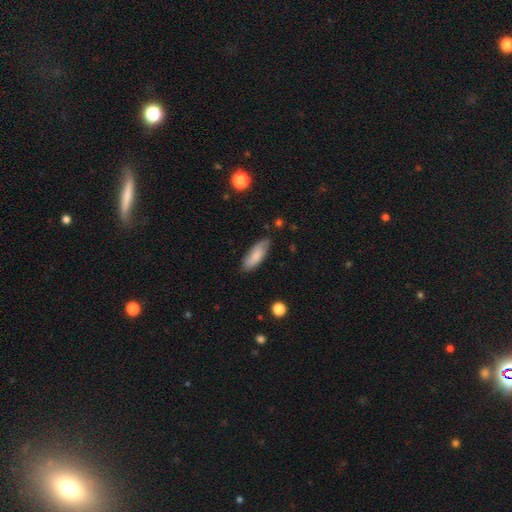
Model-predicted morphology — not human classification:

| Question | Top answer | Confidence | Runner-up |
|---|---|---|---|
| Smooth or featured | smooth | 80% | featured or disk (13%) |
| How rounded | in between | 67% | cigar-shaped (31%) |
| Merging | none | 77% | minor disturbance (18%) |